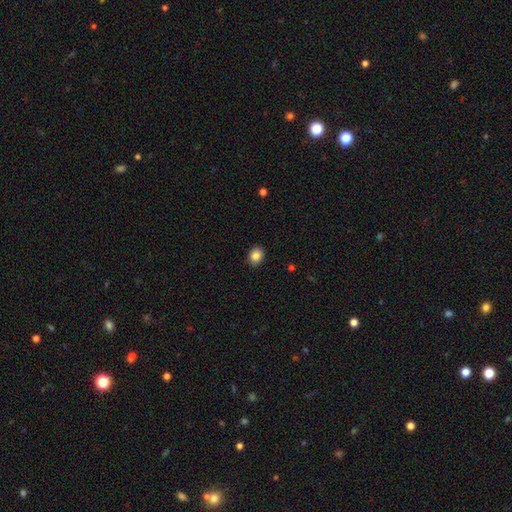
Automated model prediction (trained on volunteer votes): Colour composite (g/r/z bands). It shows a smooth galaxy with no disk features (85%) that is in between round and cigar-shaped (50%). Merging: none (90%).